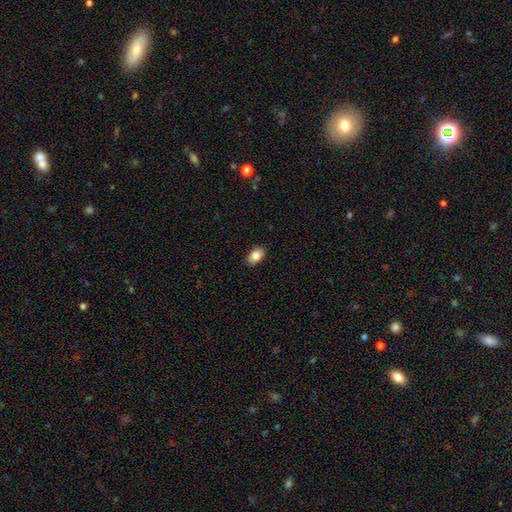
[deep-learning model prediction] Smooth or featured? smooth (84%)
How rounded? in between (89%)
Merging? none (89%)